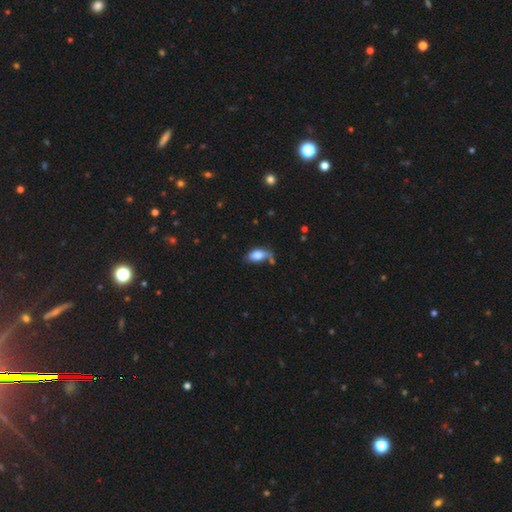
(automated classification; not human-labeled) This appears to be a smooth galaxy with no disk features (80%) that is in between round and cigar-shaped (90%). Merging: none (48%).